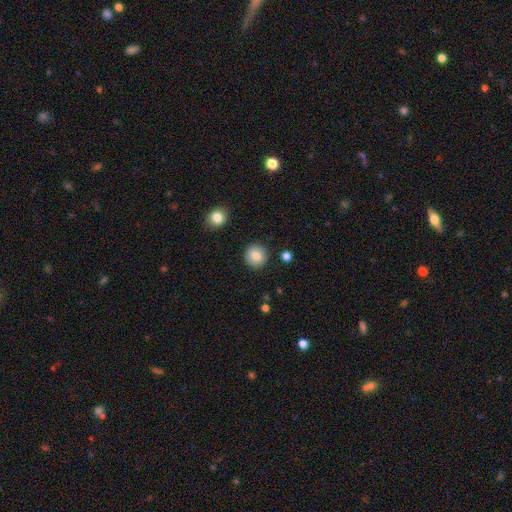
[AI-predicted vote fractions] Overall: smooth (81%). How rounded: round (91%). Merging: none (90%).